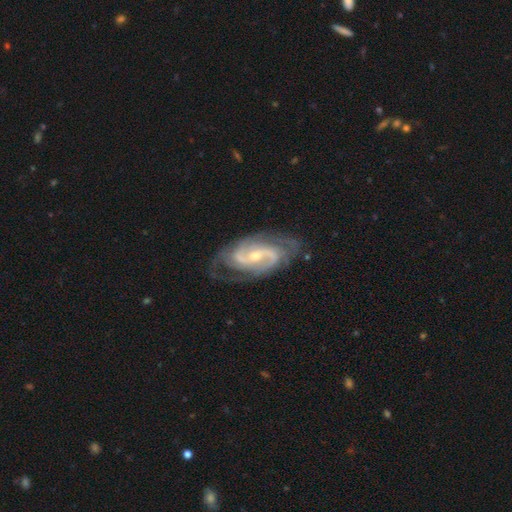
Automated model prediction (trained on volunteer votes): Overall: featured or disk (91%). Edge-on disk: no (96%). Bar: weak (47%; no 32%). Spiral arms: yes (98%). Spiral arm count: 2 (71%). Spiral winding: medium (51%; tight 33%). Bulge size: small (58%; moderate 39%). Merging: none (72%).